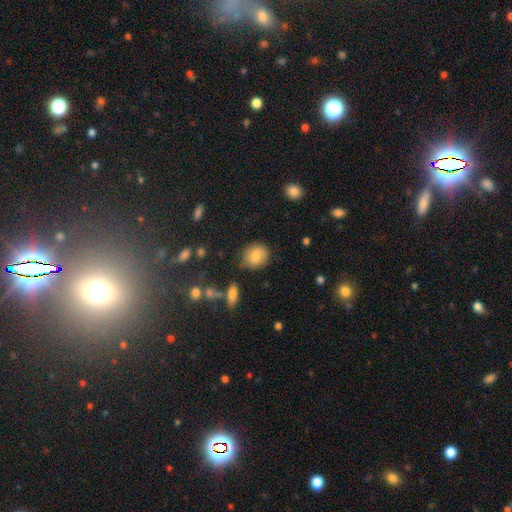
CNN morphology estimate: smooth_or_featured: smooth (p=0.79) [alt: featured or disk p=0.12]
how_rounded: round (p=0.77) [alt: in between p=0.22]
merging: none (p=0.79) [alt: minor disturbance p=0.14]